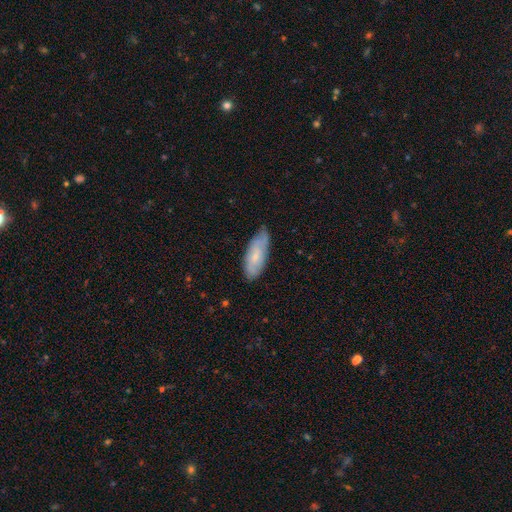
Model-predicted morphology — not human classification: smooth_or_featured: smooth (p=0.59) [alt: featured or disk p=0.35]
how_rounded: in between (p=0.75) [alt: cigar-shaped p=0.23]
merging: none (p=0.67) [alt: minor disturbance p=0.27]